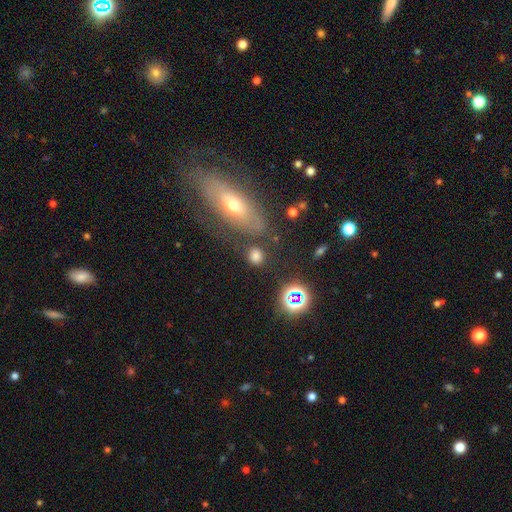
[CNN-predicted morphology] Smooth or featured? smooth (75%)
How rounded? round (71%)
Merging? none (74%)